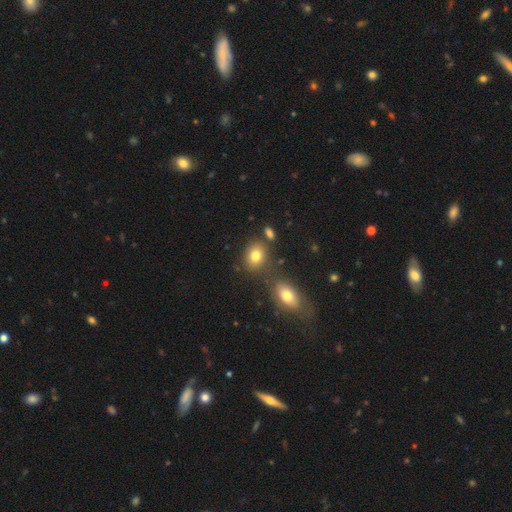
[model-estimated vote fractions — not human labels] Smooth or featured? smooth (80%)
How rounded? in between (57%)
Merging? none (71%)